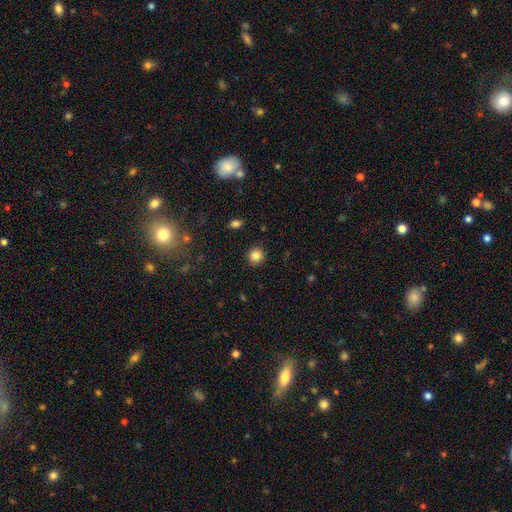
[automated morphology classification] Smooth or featured?
  - smooth: 84% *
  - star or artifact: 11%
  - featured or disk: 5%
How rounded?
  - round: 92% *
  - in between: 7%
  - cigar-shaped: 1%
Merging?
  - none: 91% *
  - minor disturbance: 6%
  - major disturbance: 2%
  - merger: 1%